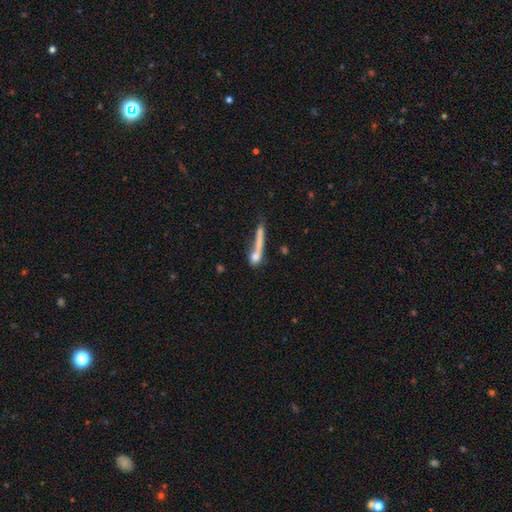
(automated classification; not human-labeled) This is likely a smooth galaxy (64%). How rounded: likely cigar-shaped (69%). Merging: marginally none (39%).